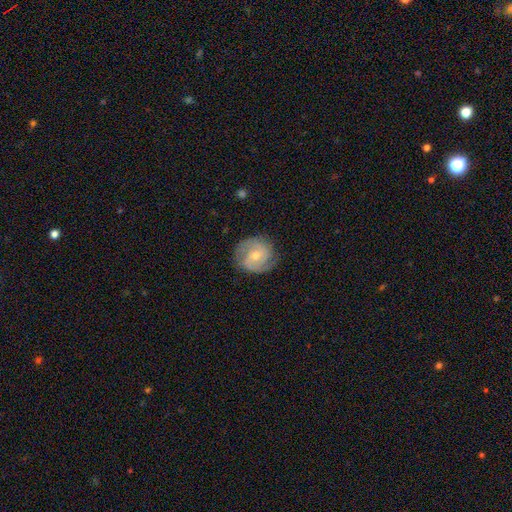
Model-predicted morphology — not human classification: The model was most divided on "bulge size": moderate: 48%, small: 47%, large: 2%, none: 2%, dominant: 1%. Remaining: edge-on disk — no (98%); spiral arms — yes (95%); merging — none (81%); smooth or featured — featured or disk (78%); spiral arm count — 2 (72%); bar — no (54%); spiral winding — tight (50%).